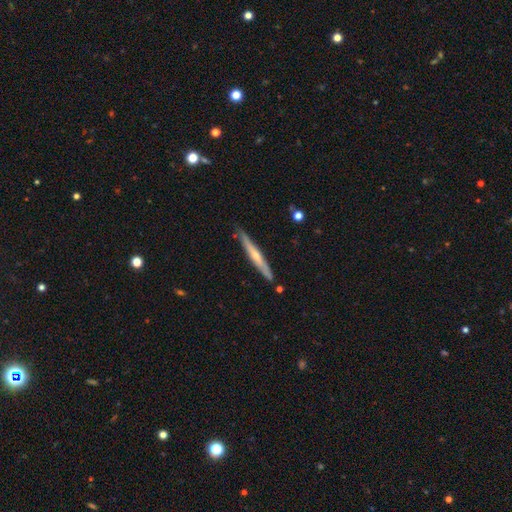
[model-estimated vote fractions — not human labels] A featured or disk galaxy (55%) viewed edge-on (94%) with a rounded central bulge (60%).

Vote fractions:
- Smooth or featured? featured or disk: 55% / smooth: 39% / star or artifact: 5%
- Edge-on disk? yes: 94% / no: 6%
- Edge-on bulge? rounded: 60% / none: 36% / boxy: 4%
- Merging? none: 83% / minor disturbance: 13% / merger: 2% / major disturbance: 2%